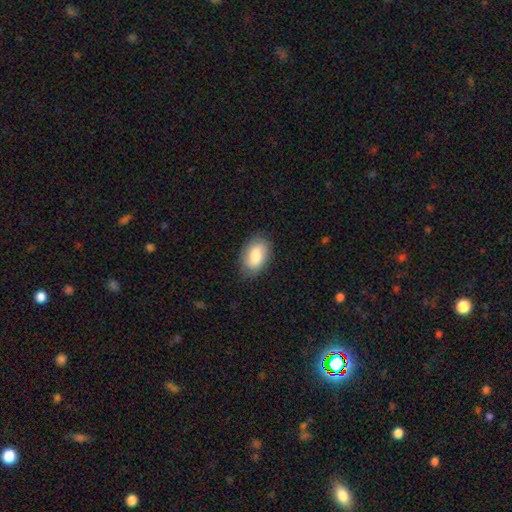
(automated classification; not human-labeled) smooth-or-featured: smooth: 78% | featured or disk: 16% | star or artifact: 6%
  how-rounded: in between: 92% | round: 7% | cigar-shaped: 2%
  merging: none: 82% | minor disturbance: 14% | major disturbance: 3% | merger: 1%